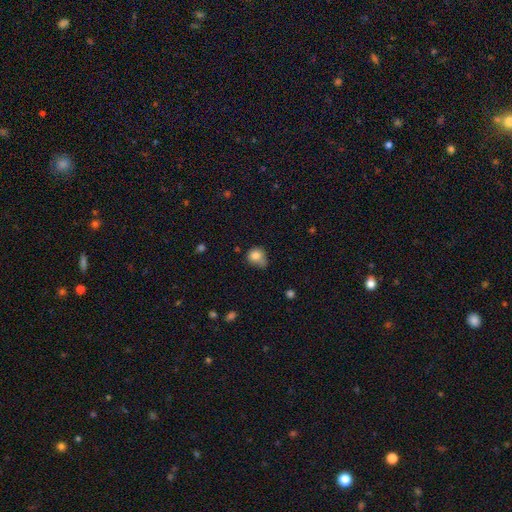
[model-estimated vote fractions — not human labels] Smooth or featured? smooth (81%)
How rounded? round (67%)
Merging? none (39%)